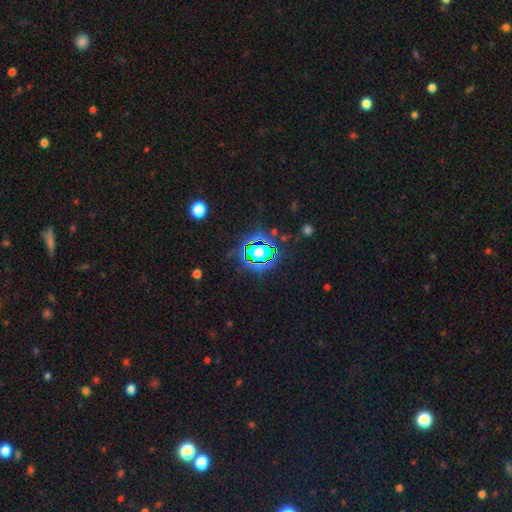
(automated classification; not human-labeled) A star or artifact, not a galaxy (66%).